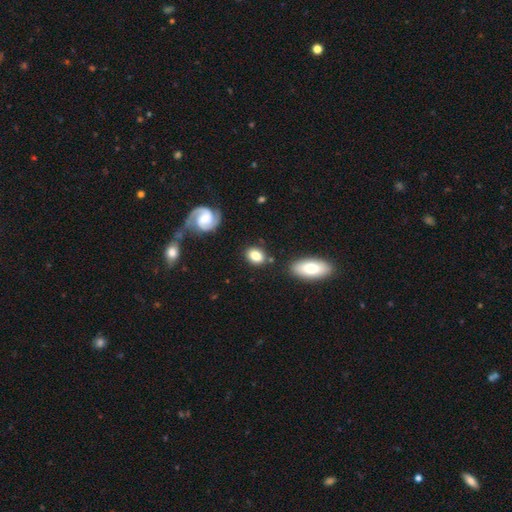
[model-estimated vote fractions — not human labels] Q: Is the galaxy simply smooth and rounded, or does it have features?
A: smooth — 80%.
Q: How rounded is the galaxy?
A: in between — 69%.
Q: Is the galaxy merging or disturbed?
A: none — 77%.